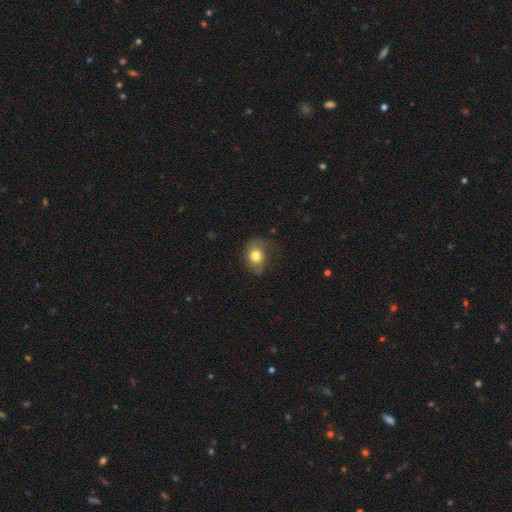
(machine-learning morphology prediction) This appears to be a smooth galaxy with no disk features (74%) that is round (50%). Merging: none (50%).